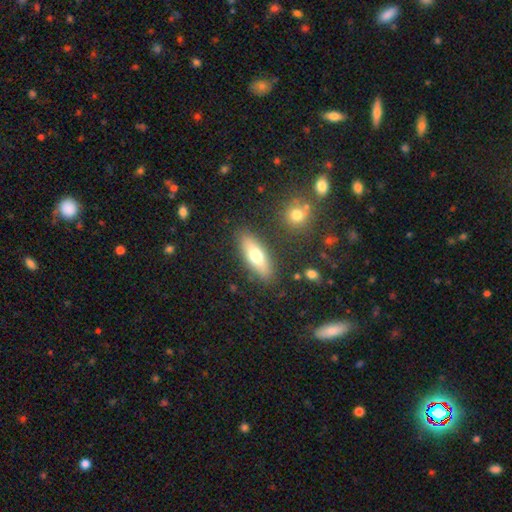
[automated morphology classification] Q: Smooth or featured?
A: smooth (65%); runner-up: featured or disk (28%)
Q: How rounded?
A: in between (64%); runner-up: cigar-shaped (33%)
Q: Merging?
A: none (85%); runner-up: minor disturbance (10%)